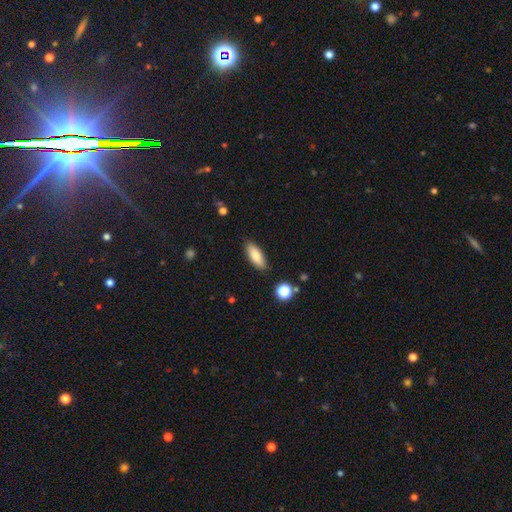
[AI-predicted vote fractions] smooth-or-featured: smooth: 80% | featured or disk: 13% | star or artifact: 7%
  how-rounded: in between: 71% | cigar-shaped: 27% | round: 2%
  merging: none: 86% | minor disturbance: 10% | major disturbance: 2% | merger: 2%